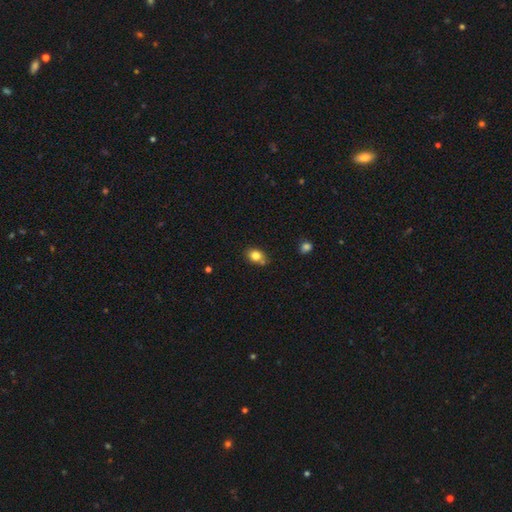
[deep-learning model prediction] Smooth or featured? Predicted: smooth (p=0.81). How rounded? Predicted: in between (p=0.59). Merging? Predicted: none (p=0.64).